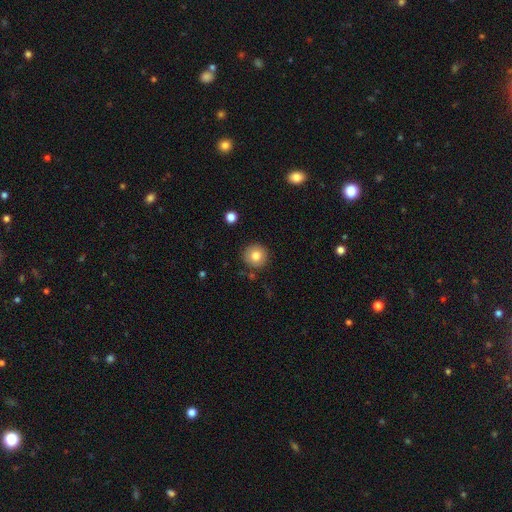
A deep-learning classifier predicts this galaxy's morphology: Smooth or featured? smooth (80%)
How rounded? round (94%)
Merging? none (88%)